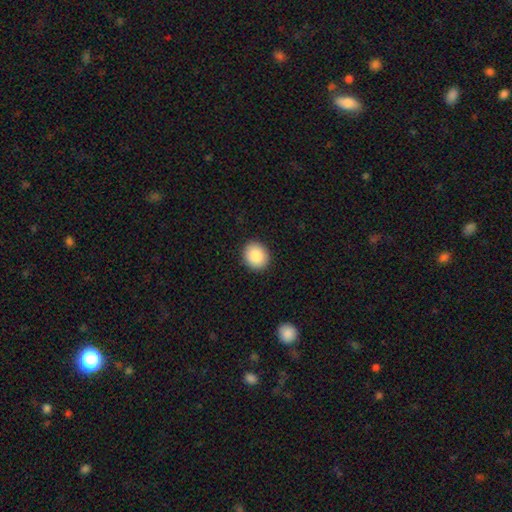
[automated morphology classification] type=smooth (88%); roundness=round (74%); merging=none (91%).